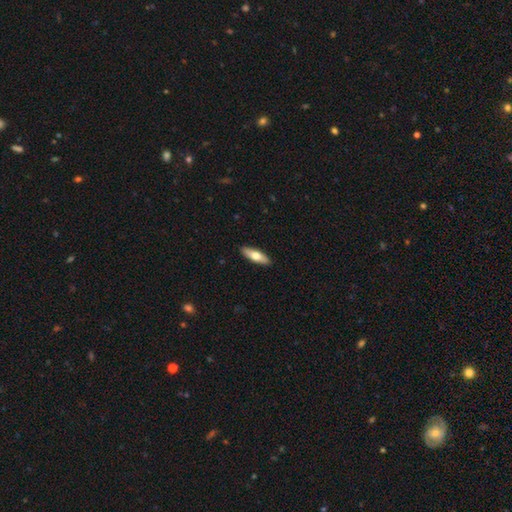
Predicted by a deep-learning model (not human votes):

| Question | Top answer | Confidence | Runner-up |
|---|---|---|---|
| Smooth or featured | smooth | 66% | featured or disk (29%) |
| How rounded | in between | 51% | cigar-shaped (47%) |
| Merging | none | 91% | minor disturbance (7%) |